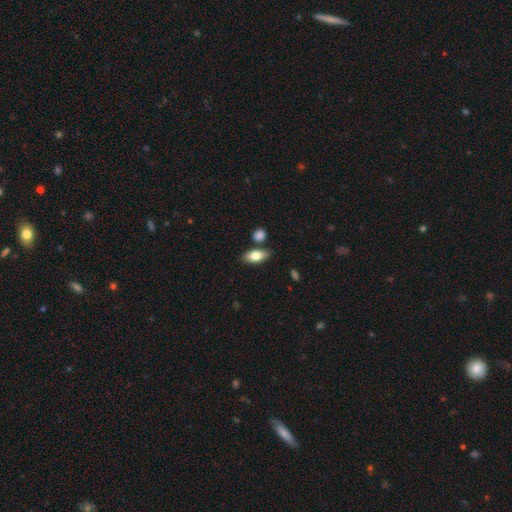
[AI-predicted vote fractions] This is likely a smooth galaxy (76%). How rounded: clearly in between (84%). Merging: likely none (78%).